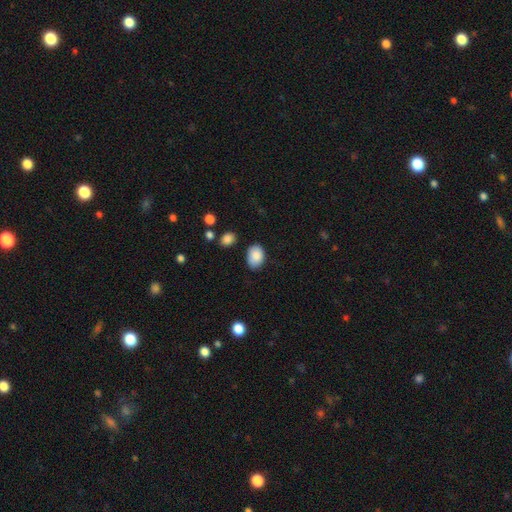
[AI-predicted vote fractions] This appears to be a smooth galaxy with no disk features (87%) that is in between round and cigar-shaped (78%). Merging: none (75%).